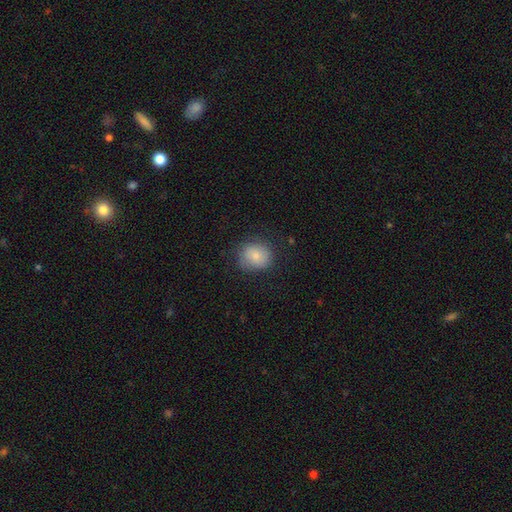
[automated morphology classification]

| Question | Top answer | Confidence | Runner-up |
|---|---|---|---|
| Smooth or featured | smooth | 80% | featured or disk (11%) |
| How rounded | round | 70% | in between (29%) |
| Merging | none | 76% | minor disturbance (17%) |